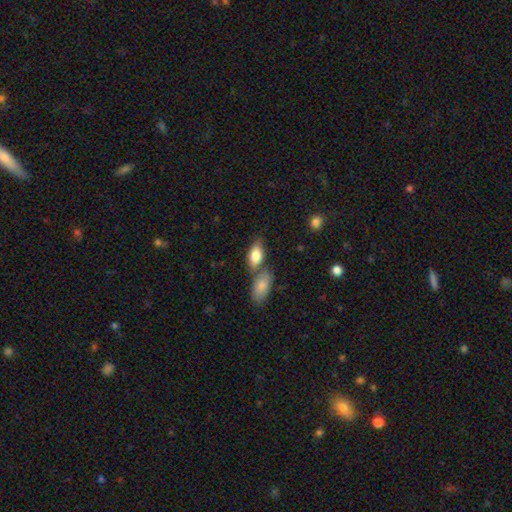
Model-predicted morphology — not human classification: Smooth or featured?
  - smooth: 81% *
  - featured or disk: 13%
  - star or artifact: 6%
How rounded?
  - in between: 88% *
  - cigar-shaped: 7%
  - round: 4%
Merging?
  - none: 49% *
  - merger: 33%
  - minor disturbance: 13%
  - major disturbance: 4%